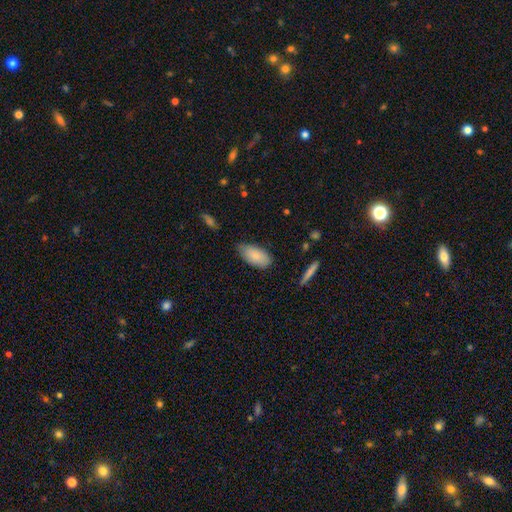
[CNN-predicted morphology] smooth-or-featured: smooth: 84% | featured or disk: 10% | star or artifact: 6%
  how-rounded: in between: 92% | cigar-shaped: 6% | round: 2%
  merging: none: 69% | minor disturbance: 25% | major disturbance: 4% | merger: 2%